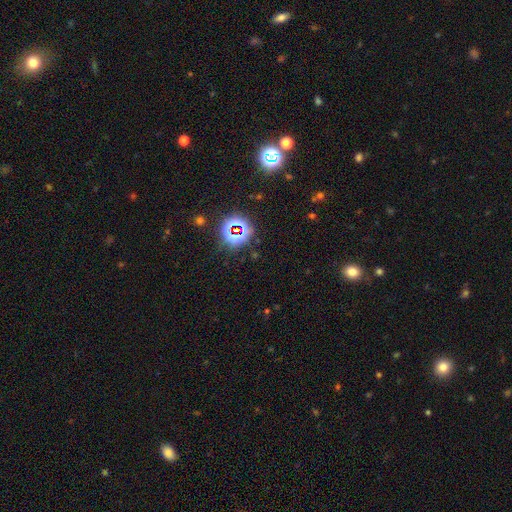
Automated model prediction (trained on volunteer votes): A star or artifact, not a galaxy (73%).